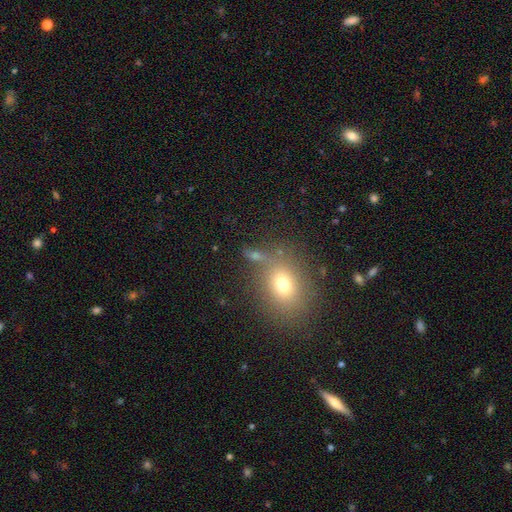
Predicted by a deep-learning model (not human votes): A smooth galaxy with no disk features (60%) that is in between round and cigar-shaped (57%). Merging: none (63%).